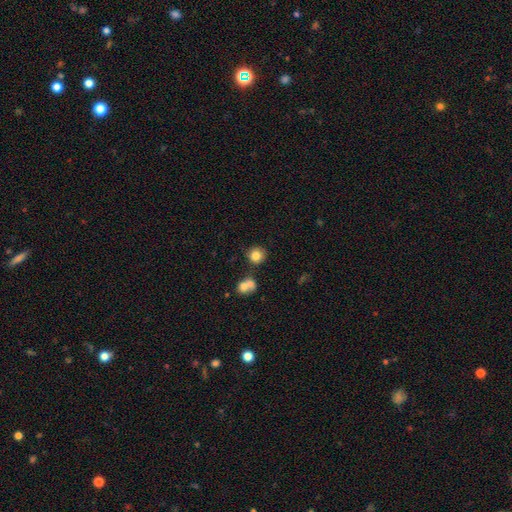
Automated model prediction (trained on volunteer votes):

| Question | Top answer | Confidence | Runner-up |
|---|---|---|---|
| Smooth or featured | smooth | 81% | star or artifact (11%) |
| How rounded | round | 89% | in between (11%) |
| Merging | none | 72% | merger (14%) |